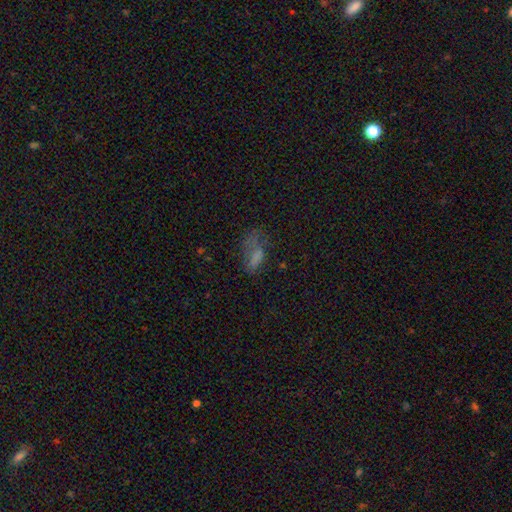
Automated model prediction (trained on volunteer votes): Smooth or featured? Predicted: smooth (p=0.62). How rounded? Predicted: in between (p=0.79). Merging? Predicted: major disturbance (p=0.40).